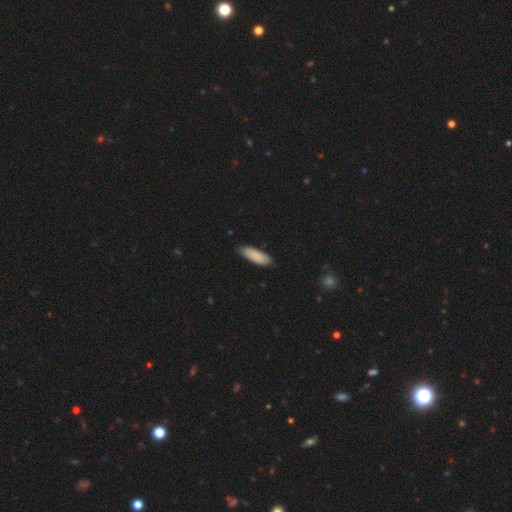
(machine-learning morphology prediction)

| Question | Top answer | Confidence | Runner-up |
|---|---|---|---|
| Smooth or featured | smooth | 87% | featured or disk (7%) |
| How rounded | in between | 58% | cigar-shaped (41%) |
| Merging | none | 80% | minor disturbance (17%) |